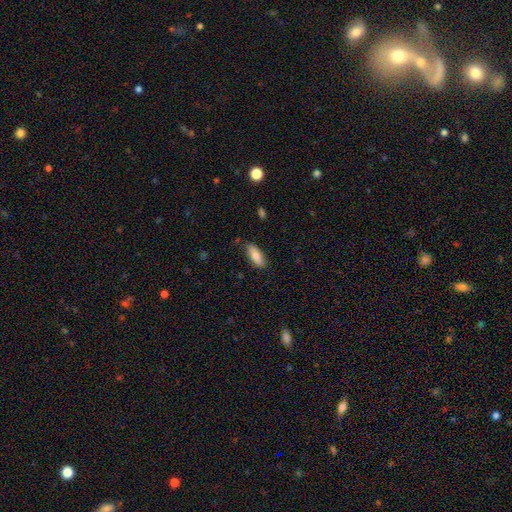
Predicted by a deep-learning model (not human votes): The model was most divided on "how rounded": in between: 75%, cigar-shaped: 23%, round: 2%. More confident: merging — none (84%); smooth or featured — smooth (83%).